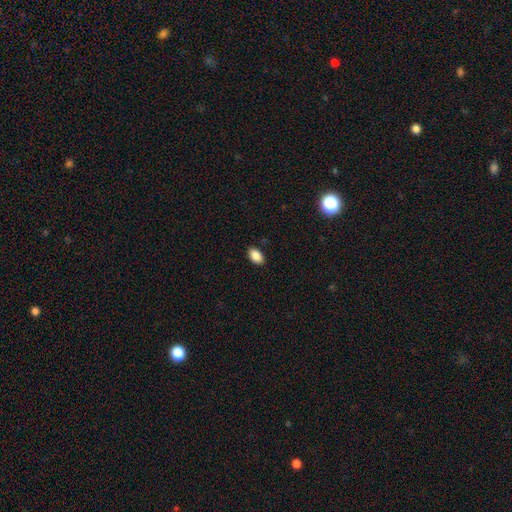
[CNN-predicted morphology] Smooth or featured: smooth — 88% (star or artifact — 8%)
How rounded: in between — 92% (round — 6%)
Merging: none — 88% (minor disturbance — 9%)